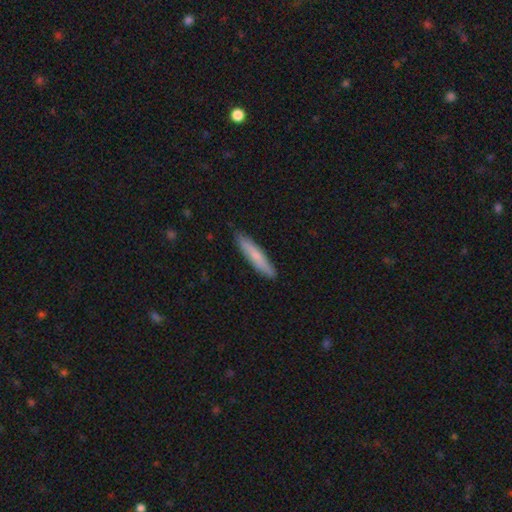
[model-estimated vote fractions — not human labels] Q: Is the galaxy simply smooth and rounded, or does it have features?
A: smooth — 75%.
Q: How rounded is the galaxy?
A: cigar-shaped — 90%.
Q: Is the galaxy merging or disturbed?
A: none — 88%.